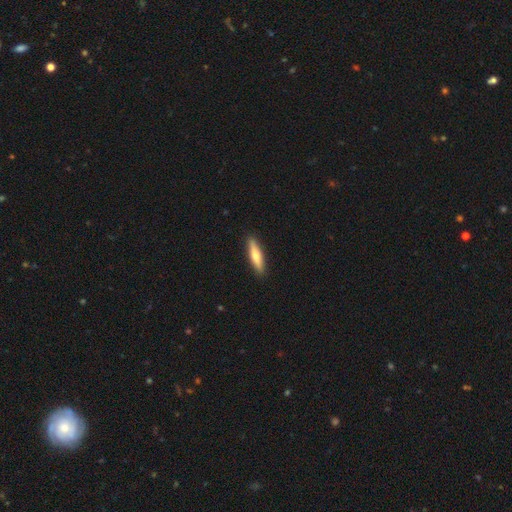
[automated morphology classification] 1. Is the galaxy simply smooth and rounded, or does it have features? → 58% smooth, 36% featured or disk, 5% star or artifact.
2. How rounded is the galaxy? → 79% cigar-shaped, 19% in between, 2% round.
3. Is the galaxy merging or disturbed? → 91% none, 7% minor disturbance, 1% major disturbance, 1% merger.